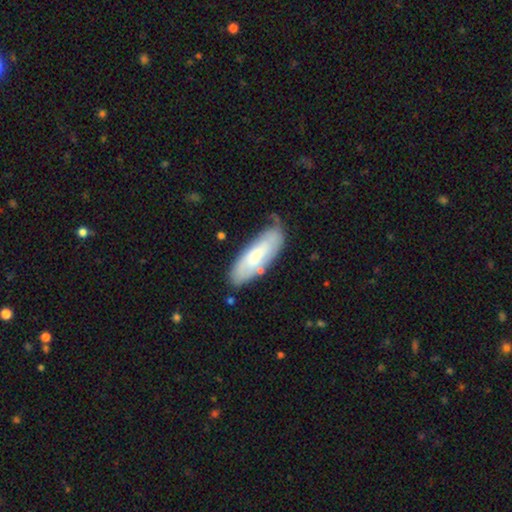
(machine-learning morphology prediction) smooth_or_featured: smooth (p=0.63) [alt: featured or disk p=0.30]
how_rounded: in between (p=0.59) [alt: cigar-shaped p=0.39]
merging: none (p=0.69) [alt: minor disturbance p=0.22]